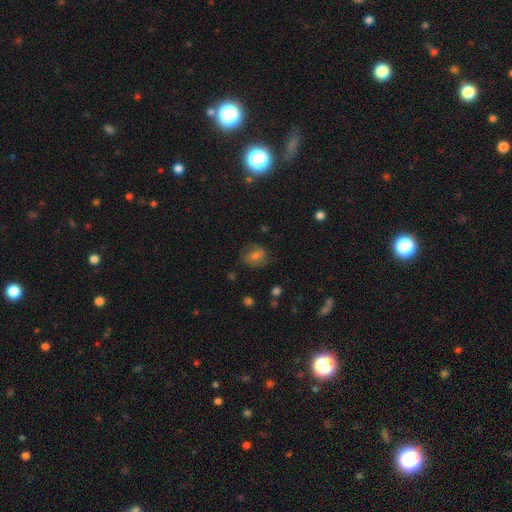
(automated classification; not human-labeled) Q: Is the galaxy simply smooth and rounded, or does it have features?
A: smooth — 43%.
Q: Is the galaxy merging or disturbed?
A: none — 72%.